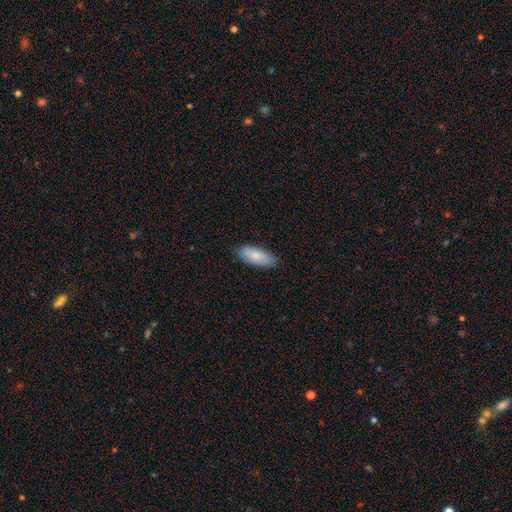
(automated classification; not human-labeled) Smooth or featured?
  - smooth: 81% *
  - featured or disk: 13%
  - star or artifact: 6%
How rounded?
  - in between: 80% *
  - cigar-shaped: 19%
  - round: 2%
Merging?
  - none: 83% *
  - minor disturbance: 14%
  - major disturbance: 2%
  - merger: 1%